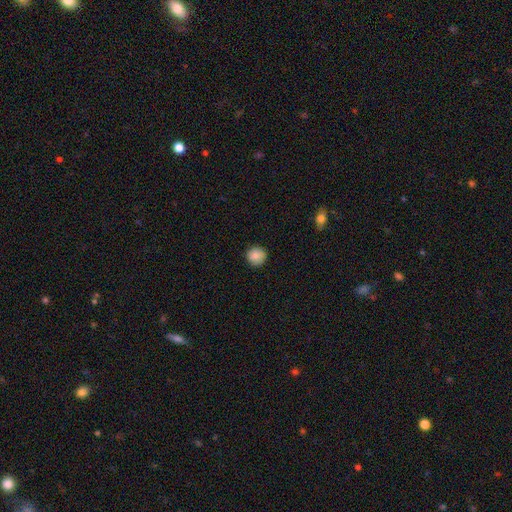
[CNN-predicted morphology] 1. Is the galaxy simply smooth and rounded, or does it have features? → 87% smooth, 8% star or artifact, 4% featured or disk.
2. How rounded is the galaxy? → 92% round, 7% in between, 1% cigar-shaped.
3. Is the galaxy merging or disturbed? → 88% none, 9% minor disturbance, 2% major disturbance, 1% merger.